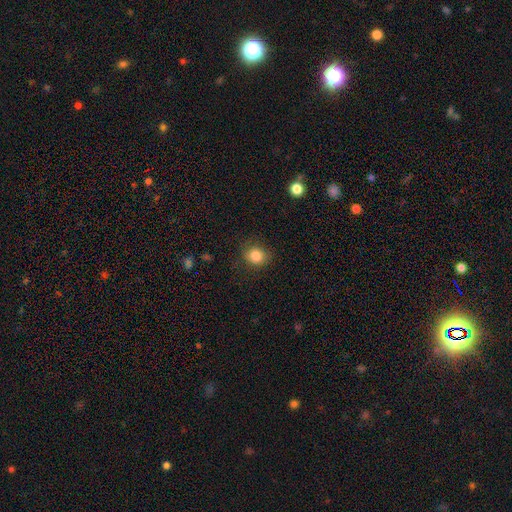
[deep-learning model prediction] This appears to be a smooth galaxy with no disk features (85%) that is round (77%). Merging: none (79%).